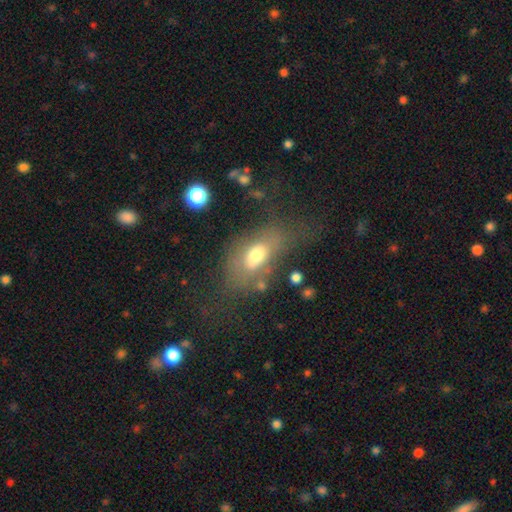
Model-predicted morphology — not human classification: Smooth or featured? smooth (62%)
How rounded? in between (87%)
Merging? none (42%)